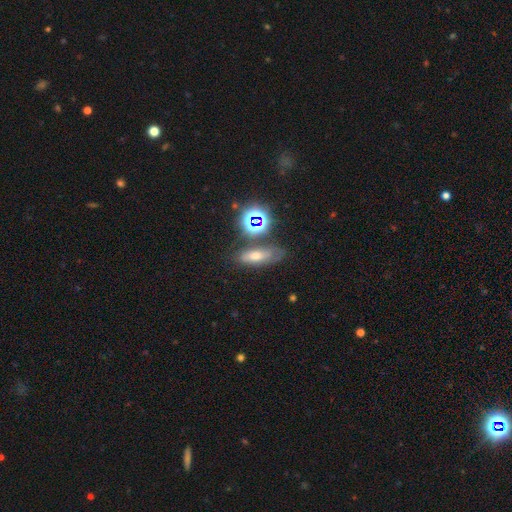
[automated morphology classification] A smooth galaxy with no disk features (44%). Merging: none (65%).